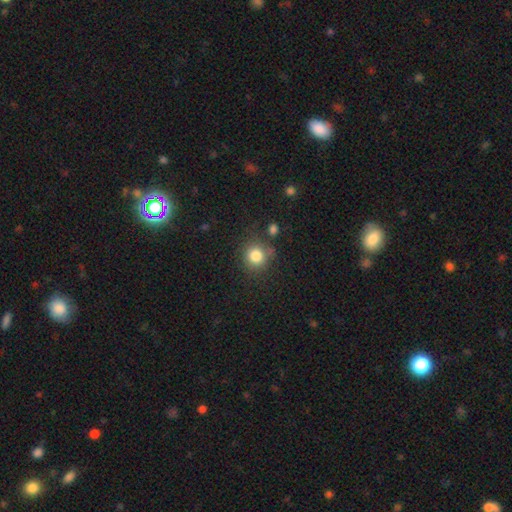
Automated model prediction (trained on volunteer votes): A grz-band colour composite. It shows a smooth galaxy with no disk features (83%) that is round (90%). Merging: none (78%).